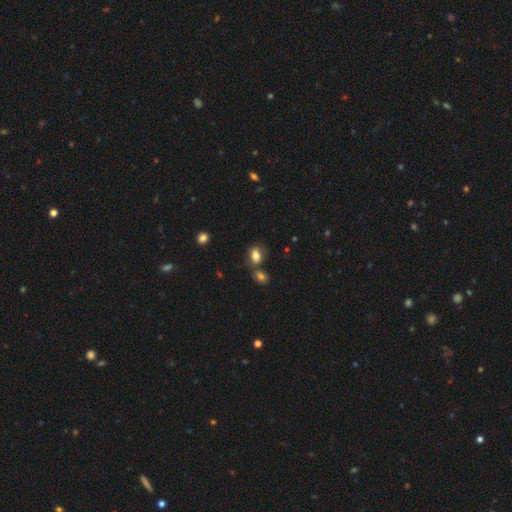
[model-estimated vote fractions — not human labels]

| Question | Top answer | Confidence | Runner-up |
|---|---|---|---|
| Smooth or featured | smooth | 81% | star or artifact (10%) |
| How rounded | in between | 78% | round (20%) |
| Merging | none | 55% | merger (25%) |